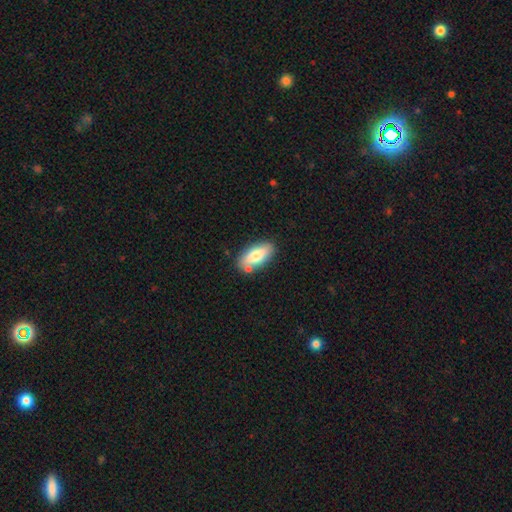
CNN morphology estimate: Smooth or featured: smooth — 74% (featured or disk — 20%)
How rounded: in between — 83% (cigar-shaped — 14%)
Merging: none — 76% (minor disturbance — 14%)